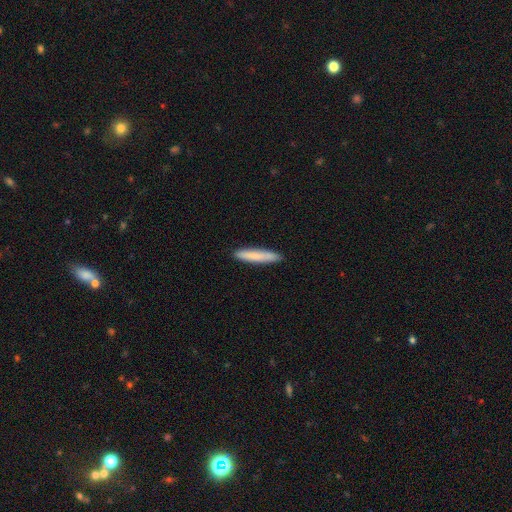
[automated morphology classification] Smooth or featured? smooth (82%)
How rounded? cigar-shaped (93%)
Merging? none (90%)